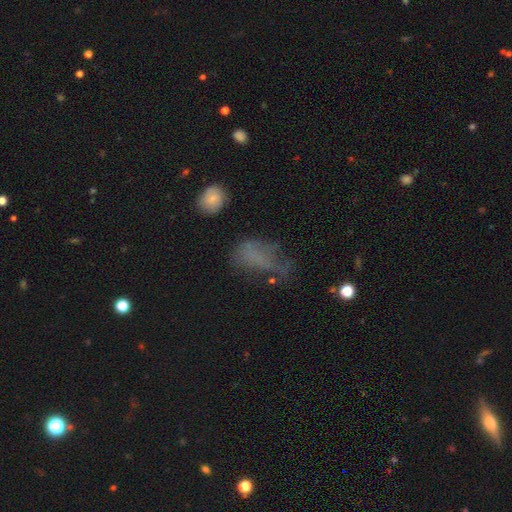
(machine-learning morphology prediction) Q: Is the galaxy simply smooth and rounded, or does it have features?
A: smooth — 52%.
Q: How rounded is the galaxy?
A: in between — 79%.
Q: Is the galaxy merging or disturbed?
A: major disturbance — 35%, tied with none.